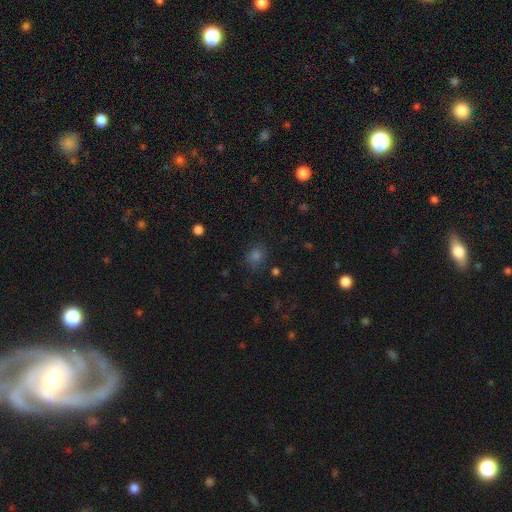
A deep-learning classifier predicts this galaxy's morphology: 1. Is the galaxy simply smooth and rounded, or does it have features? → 68% smooth, 25% star or artifact, 7% featured or disk.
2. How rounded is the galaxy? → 77% round, 22% in between, 1% cigar-shaped.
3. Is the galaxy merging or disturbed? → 82% none, 12% minor disturbance, 4% major disturbance, 2% merger.